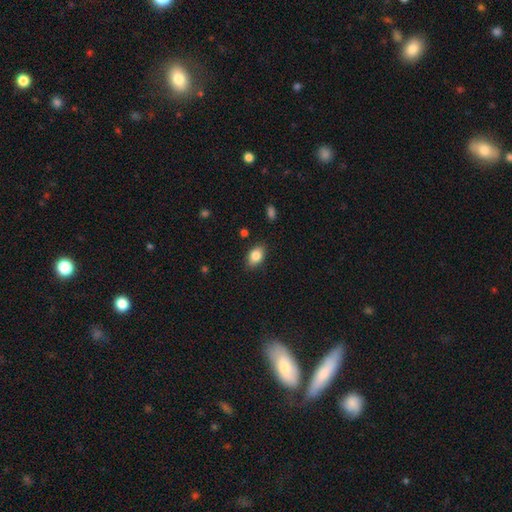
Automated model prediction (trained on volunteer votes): Smooth or featured? smooth (83%)
How rounded? in between (85%)
Merging? none (85%)